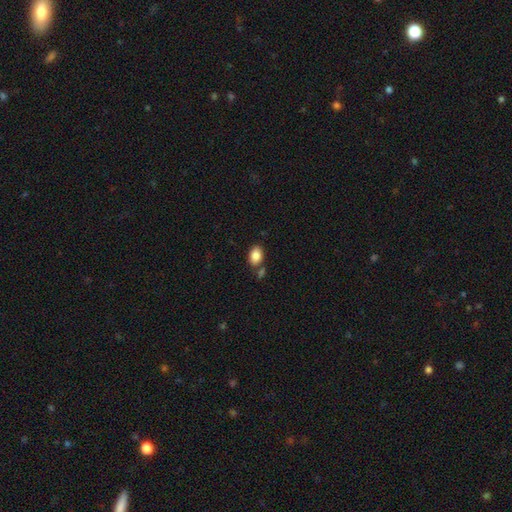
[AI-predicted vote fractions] Q: Smooth or featured?
A: smooth (86%); runner-up: star or artifact (8%)
Q: How rounded?
A: in between (84%); runner-up: round (15%)
Q: Merging?
A: none (70%); runner-up: merger (14%)